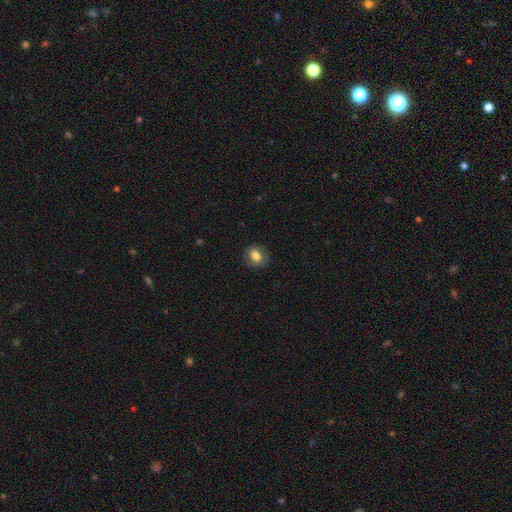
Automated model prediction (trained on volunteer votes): smooth_or_featured: smooth (p=0.74) [alt: featured or disk p=0.17]
how_rounded: in between (p=0.54) [alt: round p=0.45]
merging: none (p=0.81) [alt: minor disturbance p=0.13]